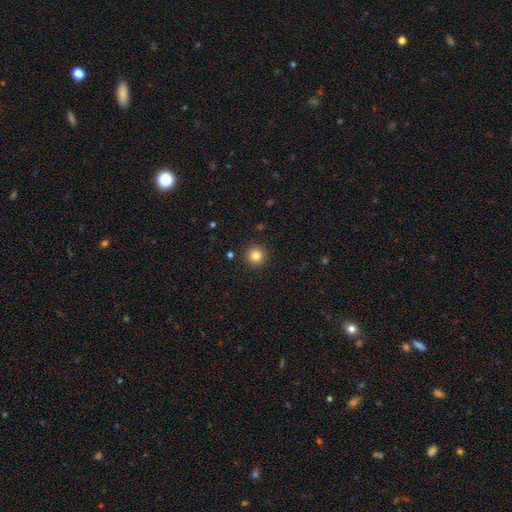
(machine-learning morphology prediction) Smooth or featured? smooth (83%)
How rounded? round (95%)
Merging? none (92%)